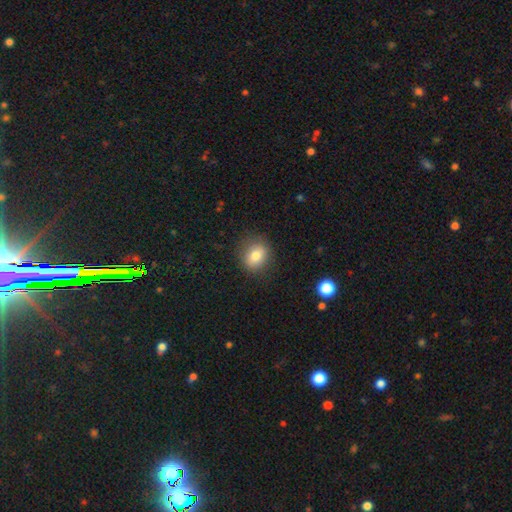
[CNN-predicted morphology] Smooth or featured? smooth (79%)
How rounded? round (60%)
Merging? none (84%)